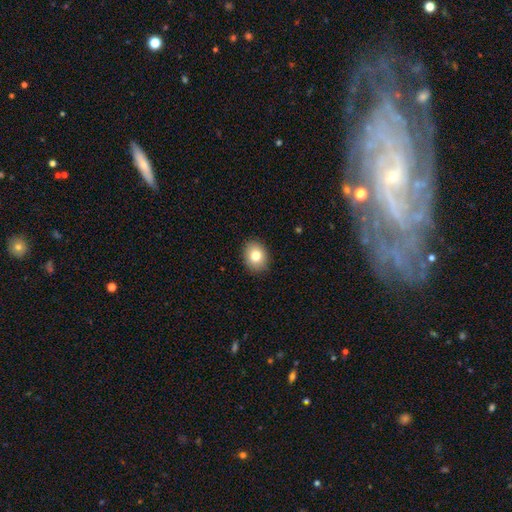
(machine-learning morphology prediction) smooth 80%, featured or disk 11%, star or artifact 9%. Down the decision tree: how rounded — round (51%); merging — none (90%).